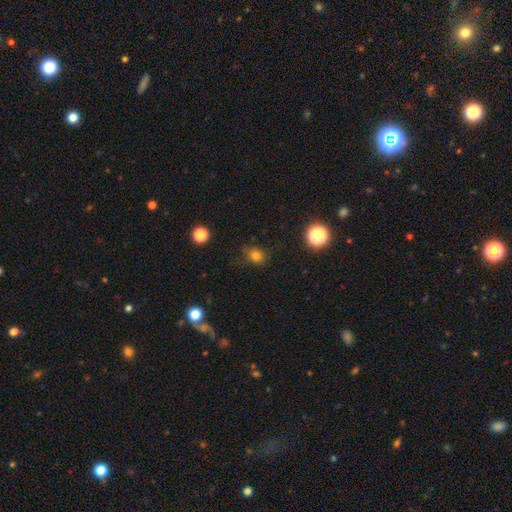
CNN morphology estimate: Smooth or featured?
  - smooth: 77% *
  - star or artifact: 17%
  - featured or disk: 6%
How rounded?
  - round: 69% *
  - in between: 30%
  - cigar-shaped: 1%
Merging?
  - none: 73% *
  - minor disturbance: 19%
  - major disturbance: 6%
  - merger: 2%